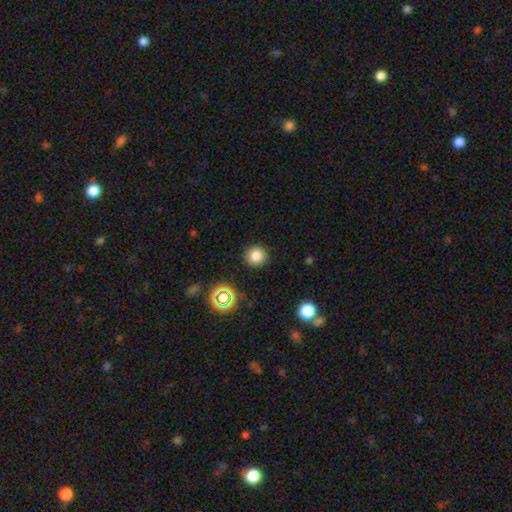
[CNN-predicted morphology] Smooth or featured?
  - smooth: 80% *
  - star or artifact: 14%
  - featured or disk: 6%
How rounded?
  - round: 93% *
  - in between: 6%
  - cigar-shaped: 1%
Merging?
  - none: 90% *
  - minor disturbance: 6%
  - major disturbance: 2%
  - merger: 1%